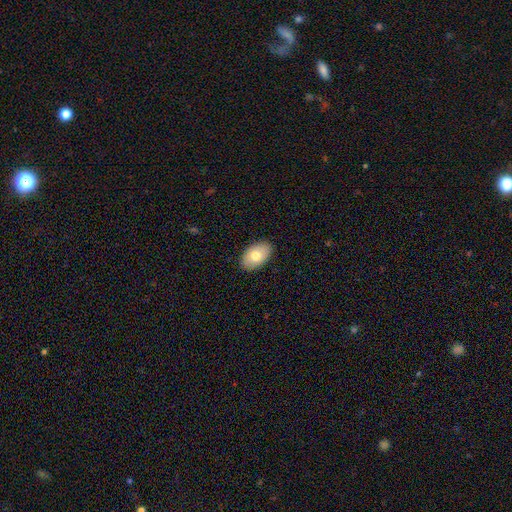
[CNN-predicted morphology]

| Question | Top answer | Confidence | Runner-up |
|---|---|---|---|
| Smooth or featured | smooth | 76% | featured or disk (18%) |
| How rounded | in between | 93% | round (6%) |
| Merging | none | 88% | minor disturbance (10%) |